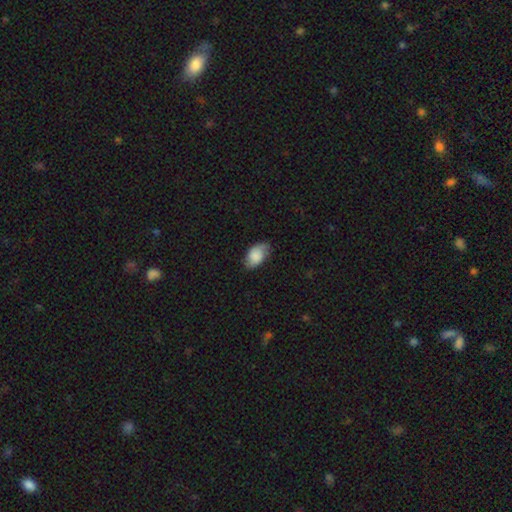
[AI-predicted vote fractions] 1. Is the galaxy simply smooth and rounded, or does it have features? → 68% smooth, 24% featured or disk, 8% star or artifact.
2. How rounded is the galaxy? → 91% in between, 8% round, 2% cigar-shaped.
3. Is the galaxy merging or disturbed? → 69% none, 24% minor disturbance, 6% major disturbance, 1% merger.